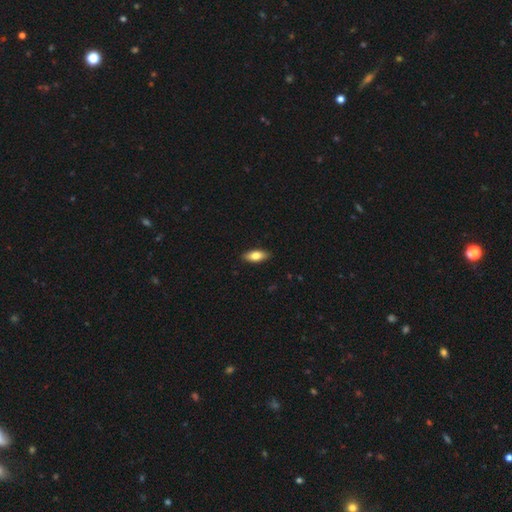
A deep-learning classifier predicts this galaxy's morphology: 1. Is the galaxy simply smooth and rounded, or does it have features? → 78% smooth, 16% featured or disk, 6% star or artifact.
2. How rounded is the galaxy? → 81% in between, 16% cigar-shaped, 3% round.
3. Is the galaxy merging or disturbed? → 89% none, 8% minor disturbance, 2% major disturbance, 1% merger.